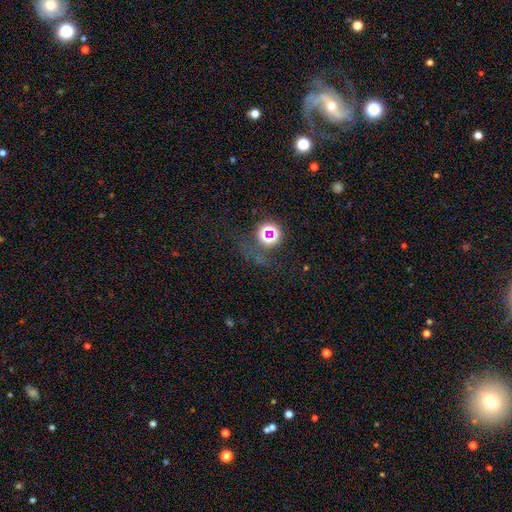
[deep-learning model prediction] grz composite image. It shows a star or artifact, not a galaxy (49%).